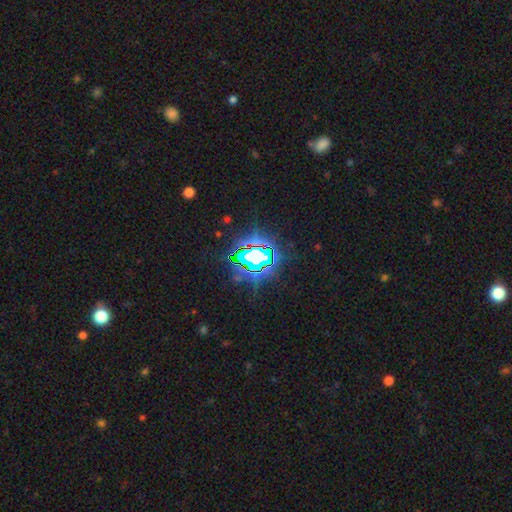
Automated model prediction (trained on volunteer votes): A star or artifact, not a galaxy (78%).

Vote fractions:
- Smooth or featured? star or artifact: 78% / featured or disk: 12% / smooth: 10%